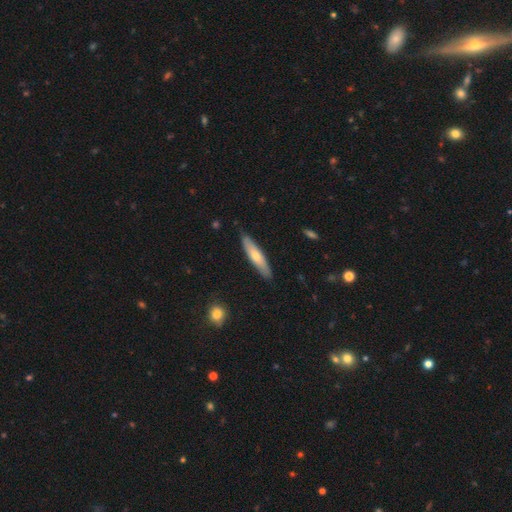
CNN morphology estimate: Overall: smooth (58%; featured or disk 37%). How rounded: cigar-shaped (78%). Merging: none (86%).